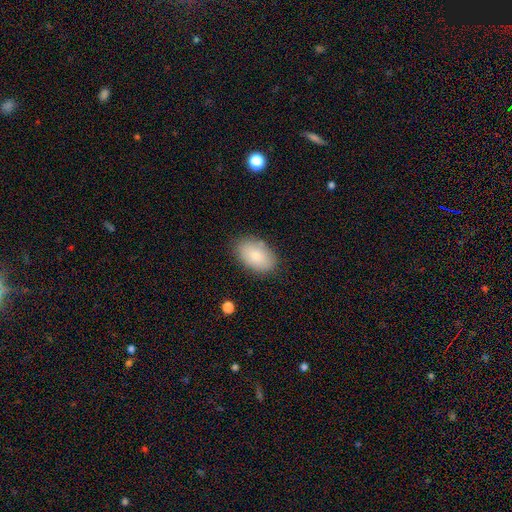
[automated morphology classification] This is clearly a smooth galaxy (81%). How rounded: clearly in between (91%). Merging: clearly none (82%).